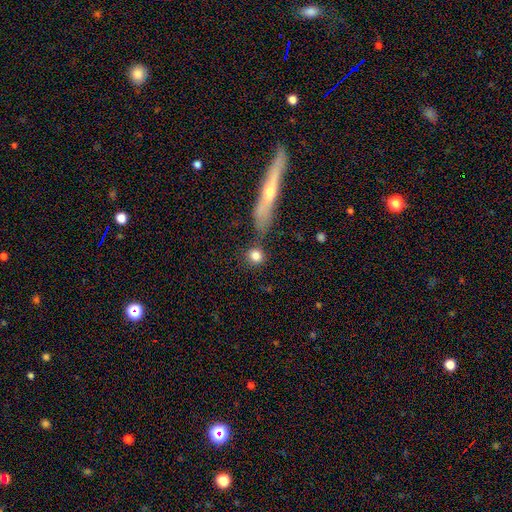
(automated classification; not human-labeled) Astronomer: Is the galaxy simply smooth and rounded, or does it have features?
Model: smooth — 82%.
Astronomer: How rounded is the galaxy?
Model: round — 83%.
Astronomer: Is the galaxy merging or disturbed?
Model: none — 74%.